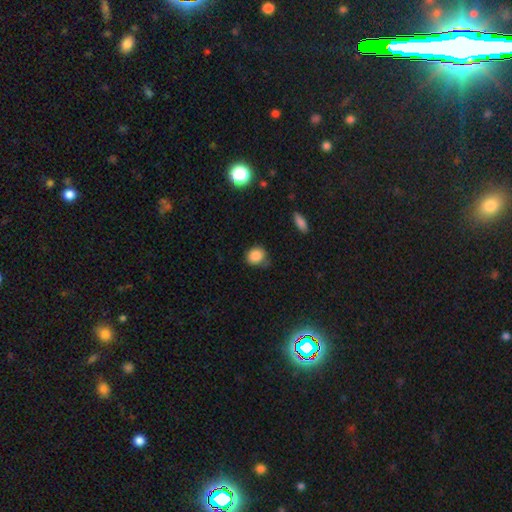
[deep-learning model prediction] This is clearly a smooth galaxy (85%). How rounded: likely round (74%). Merging: likely none (69%).